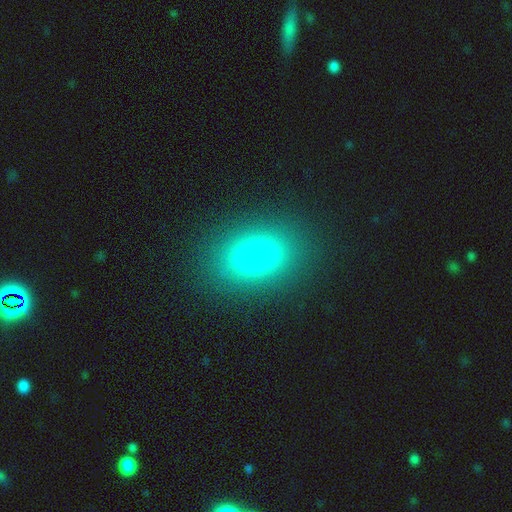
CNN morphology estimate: A smooth galaxy with no disk features (72%) that is in between round and cigar-shaped (72%).

Vote fractions:
- Smooth or featured? smooth: 72% / star or artifact: 14% / featured or disk: 13%
- How rounded? in between: 72% / round: 26% / cigar-shaped: 2%
- Merging? none: 87% / minor disturbance: 8% / major disturbance: 4% / merger: 1%